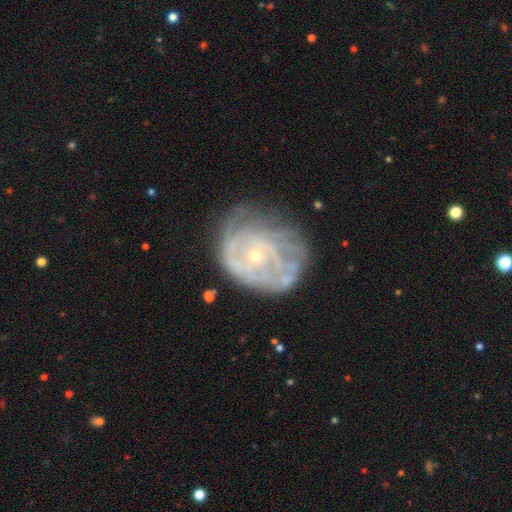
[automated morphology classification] Overall: featured or disk (79%). Edge-on disk: no (97%). Bar: no (79%). Spiral arms: yes (78%). Spiral arm count: can't tell (51%; 2 14%). Spiral winding: tight (66%). Bulge size: small (78%). Merging: none (49%; minor disturbance 28%).